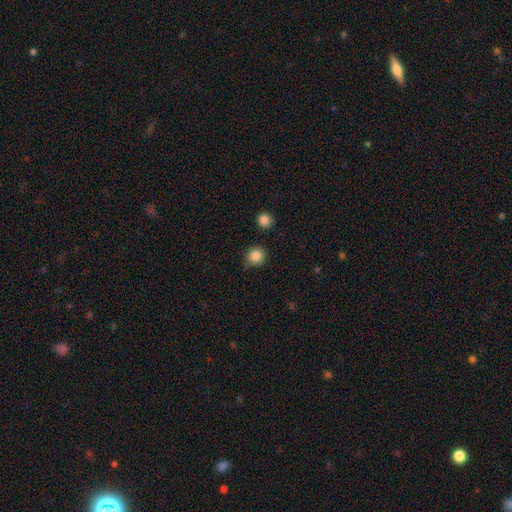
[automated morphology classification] A smooth galaxy with no disk features (86%) that is round (89%). Merging: none (83%).